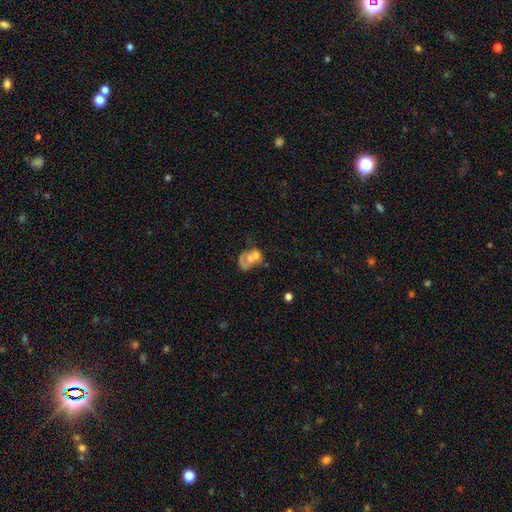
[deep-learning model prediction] smooth_or_featured: smooth (p=0.47) [alt: featured or disk p=0.43]
merging: merger (p=0.56) [alt: none p=0.17]